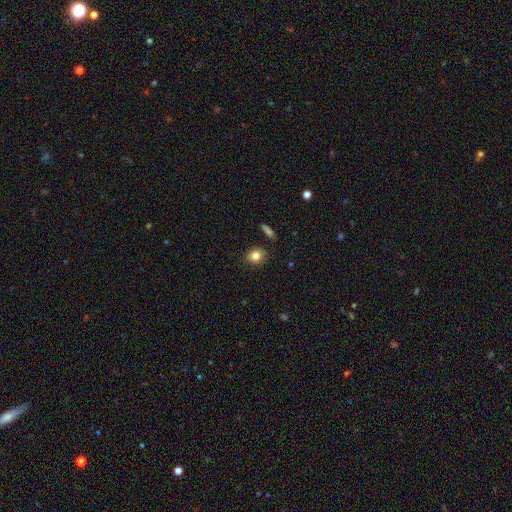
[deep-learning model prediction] This appears to be a smooth galaxy with no disk features (82%) that is round (56%). Merging: none (86%).